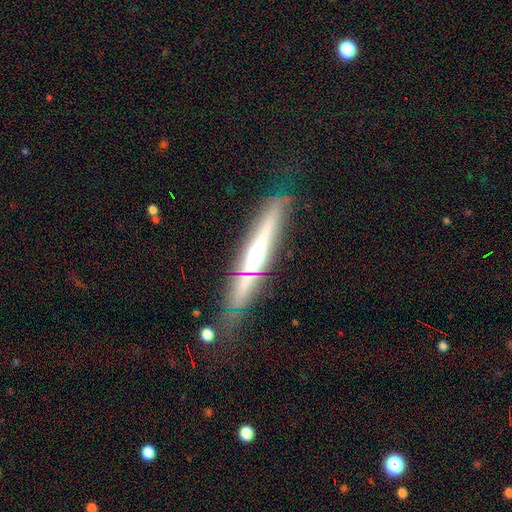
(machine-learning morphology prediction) This is likely a featured or disk galaxy (69%). It is clearly viewed edge-on (90%). Edge-on bulge: likely rounded (77%). Merging: likely none (68%).